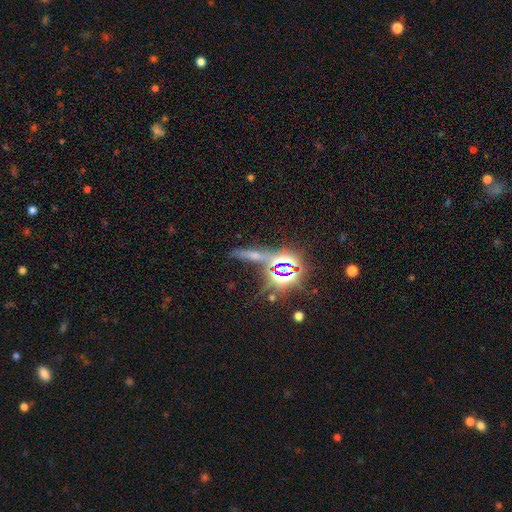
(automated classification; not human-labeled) This is likely a star or artifact rather than a galaxy (76%).